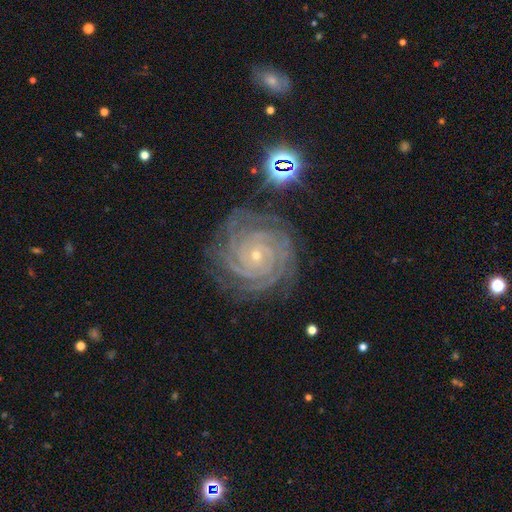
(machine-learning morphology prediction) Q: Smooth or featured?
A: featured or disk (85%); runner-up: star or artifact (9%)
Q: Edge-on disk?
A: no (97%); runner-up: yes (3%)
Q: Bar?
A: no (76%); runner-up: weak (16%)
Q: Spiral arms?
A: yes (98%); runner-up: no (2%)
Q: Spiral winding?
A: tight (86%); runner-up: medium (12%)
Q: Spiral arm count?
A: 4 (26%); runner-up: 3 (19%)
Q: Bulge size?
A: small (83%); runner-up: moderate (14%)
Q: Merging?
A: none (81%); runner-up: minor disturbance (13%)